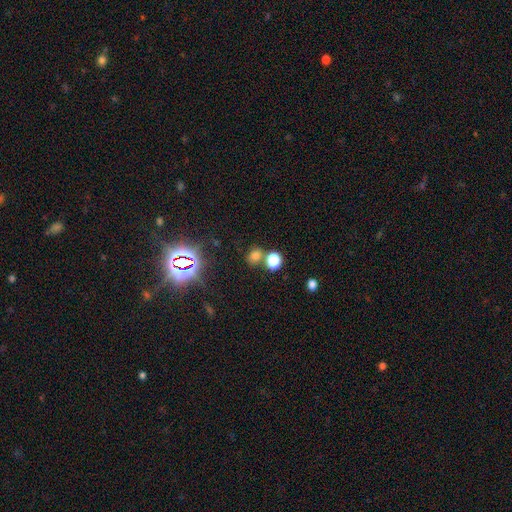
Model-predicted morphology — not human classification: Smooth or featured? smooth (69%)
How rounded? round (59%)
Merging? none (62%)